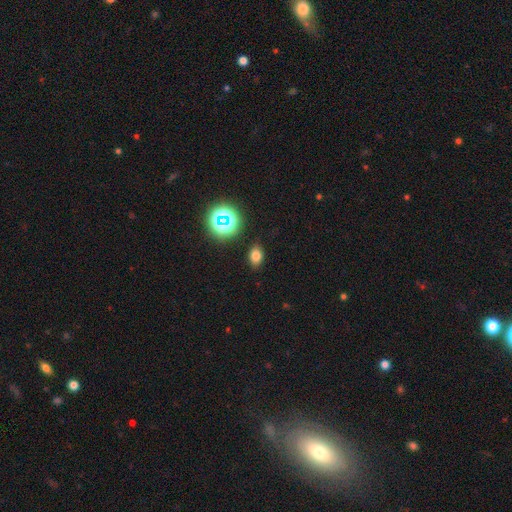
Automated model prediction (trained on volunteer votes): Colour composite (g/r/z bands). It shows a smooth galaxy with no disk features (74%) that is in between round and cigar-shaped (76%). Merging: none (86%).